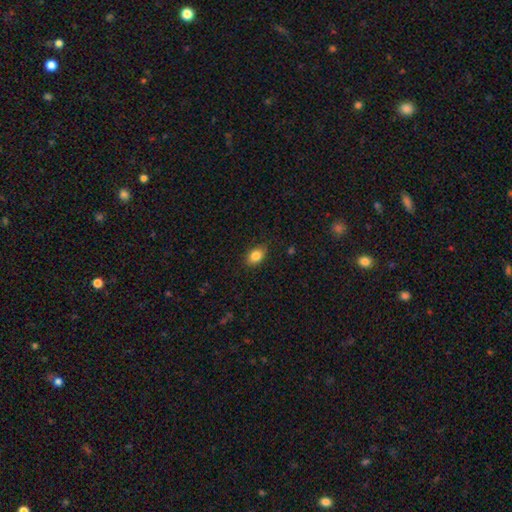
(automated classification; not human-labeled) Smooth or featured?
  - smooth: 84% *
  - star or artifact: 9%
  - featured or disk: 7%
How rounded?
  - in between: 78% *
  - round: 21%
  - cigar-shaped: 1%
Merging?
  - none: 84% *
  - minor disturbance: 13%
  - major disturbance: 2%
  - merger: 1%